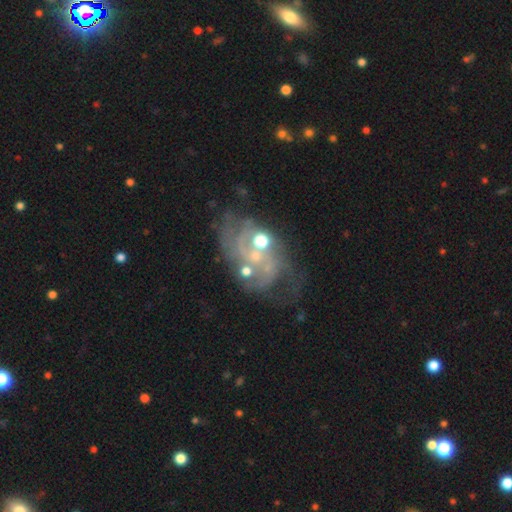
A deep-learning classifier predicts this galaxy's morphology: Smooth or featured? Predicted: featured or disk (p=0.77). Edge-on disk? Predicted: no (p=0.97). Bar? Predicted: no (p=0.71). Spiral arms? Predicted: yes (p=0.84). Spiral winding? Predicted: tight (p=0.45). Spiral arm count? Predicted: can't tell (p=0.37). Bulge size? Predicted: small (p=0.49). Merging? Predicted: none (p=0.49).